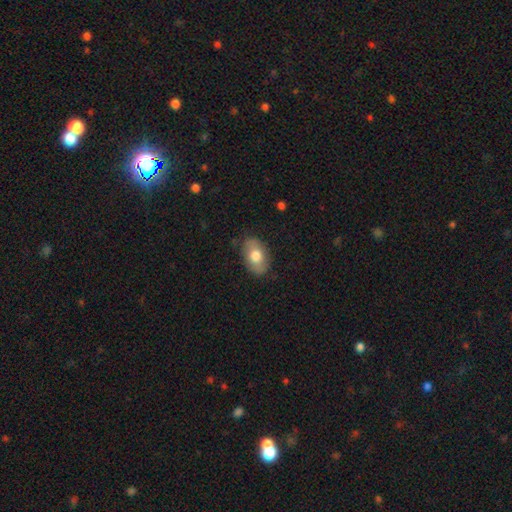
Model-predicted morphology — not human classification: smooth_or_featured: smooth (p=0.71) [alt: featured or disk p=0.23]
how_rounded: in between (p=0.88) [alt: round p=0.11]
merging: none (p=0.82) [alt: minor disturbance p=0.14]